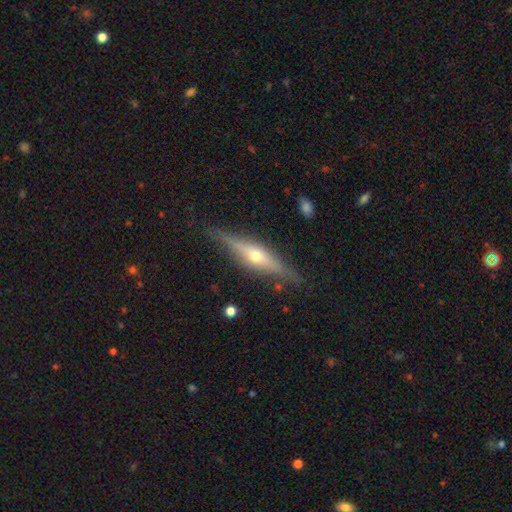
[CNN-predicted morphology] This appears to be a featured or disk galaxy (77%) viewed edge-on (96%) with a rounded central bulge (90%). Merging: none (86%).